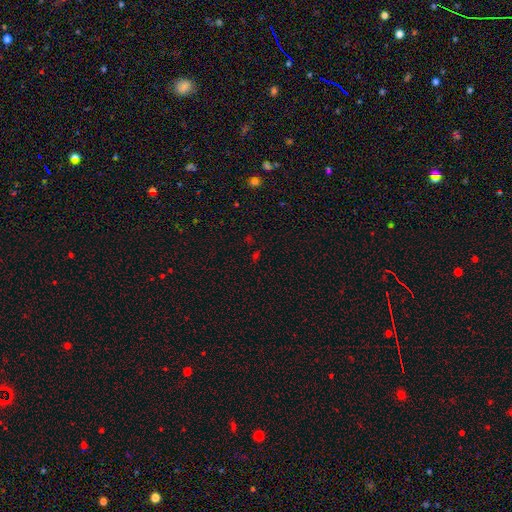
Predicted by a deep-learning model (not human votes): Q: Smooth or featured?
A: star or artifact (57%); runner-up: smooth (35%)